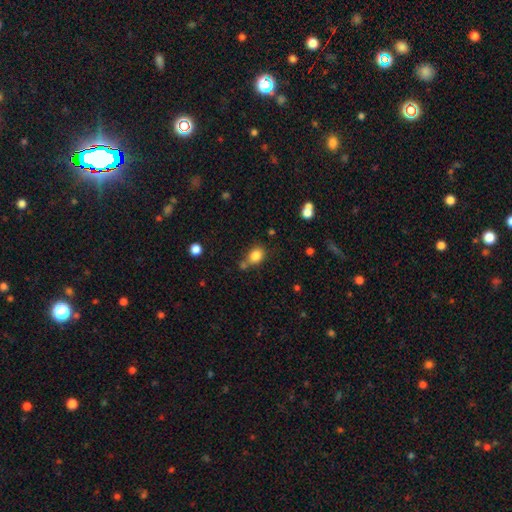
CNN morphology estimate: smooth_or_featured: smooth (p=0.83) [alt: star or artifact p=0.11]
how_rounded: in between (p=0.56) [alt: round p=0.43]
merging: none (p=0.60) [alt: merger p=0.18]